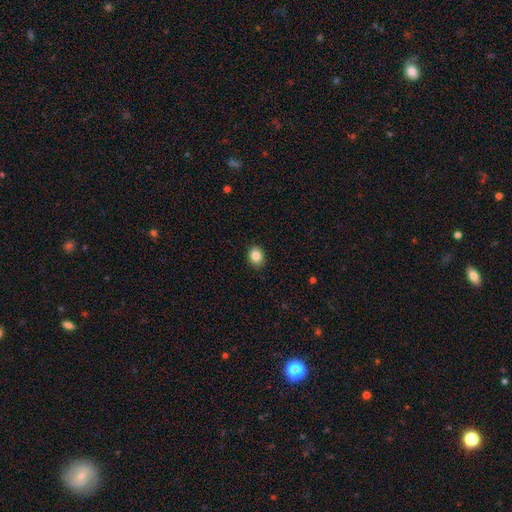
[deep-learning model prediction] A smooth galaxy with no disk features (85%) that is in between round and cigar-shaped (52%). Merging: none (89%).